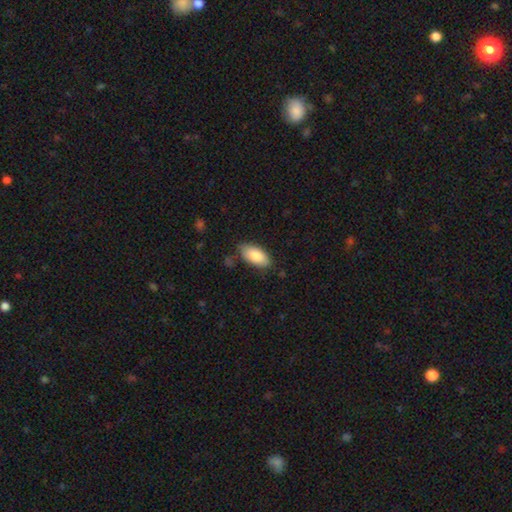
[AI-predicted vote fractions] This is clearly a smooth galaxy (83%). How rounded: clearly in between (92%). Merging: likely none (78%).